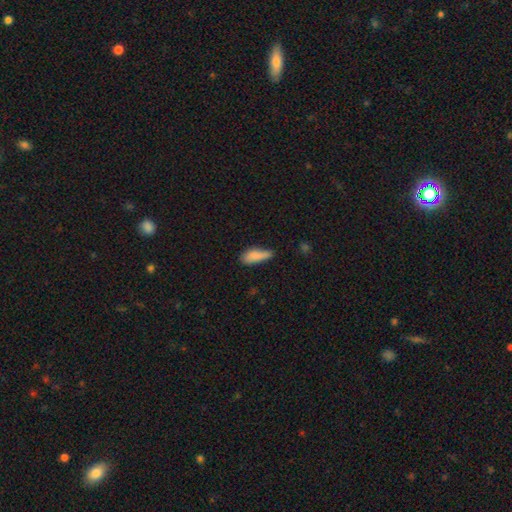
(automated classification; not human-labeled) A smooth galaxy with no disk features (84%) that is in between round and cigar-shaped (63%).

Vote fractions:
- Smooth or featured? smooth: 84% / featured or disk: 8% / star or artifact: 8%
- How rounded? in between: 63% / cigar-shaped: 35% / round: 2%
- Merging? none: 49% / minor disturbance: 38% / major disturbance: 10% / merger: 4%